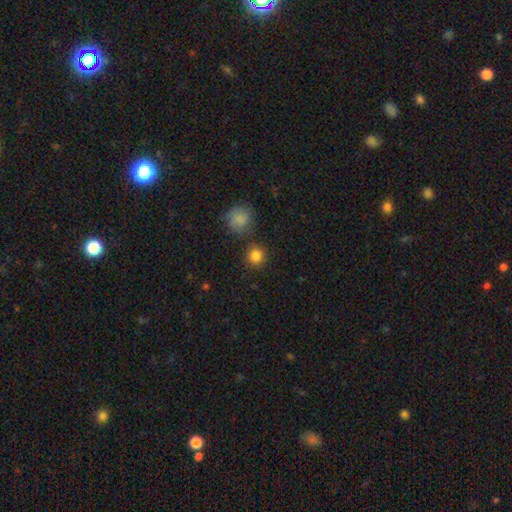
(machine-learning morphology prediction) This is clearly a smooth galaxy (84%). How rounded: clearly round (92%). Merging: clearly none (81%).